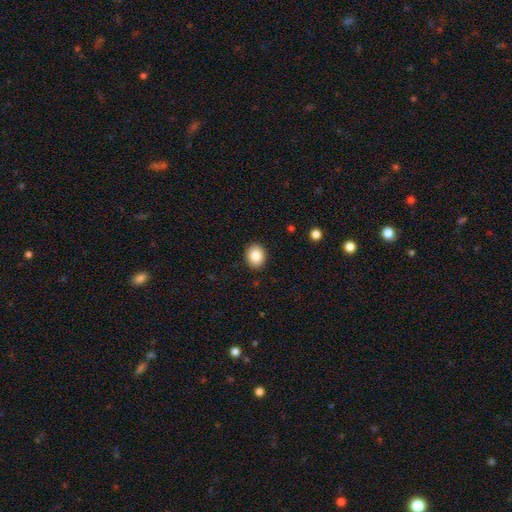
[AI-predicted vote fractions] smooth_or_featured: smooth (p=0.85) [alt: star or artifact p=0.09]
how_rounded: round (p=0.60) [alt: in between p=0.40]
merging: none (p=0.91) [alt: minor disturbance p=0.06]